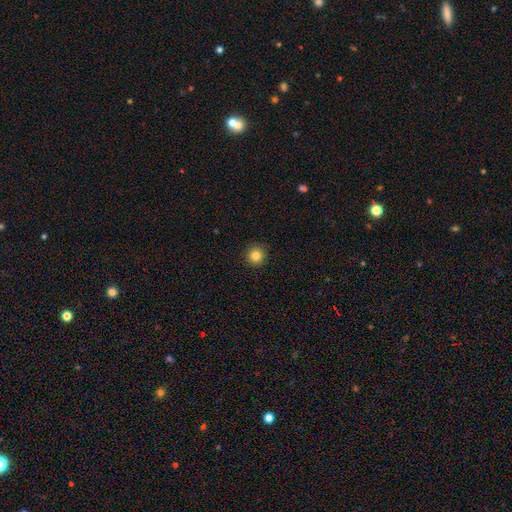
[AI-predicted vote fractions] smooth-or-featured: smooth: 84% | star or artifact: 12% | featured or disk: 5%
  how-rounded: round: 95% | in between: 4% | cigar-shaped: 1%
  merging: none: 92% | minor disturbance: 5% | major disturbance: 2% | merger: 1%